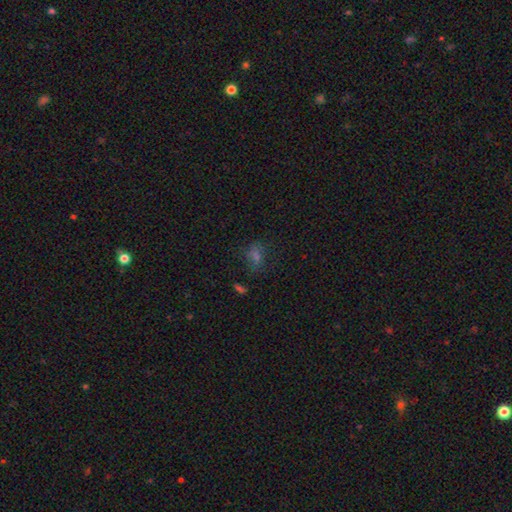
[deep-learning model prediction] The model was most divided on "smooth or featured": smooth: 50%, star or artifact: 34%, featured or disk: 15%. More confident: merging — none (68%); how rounded — in between (62%).